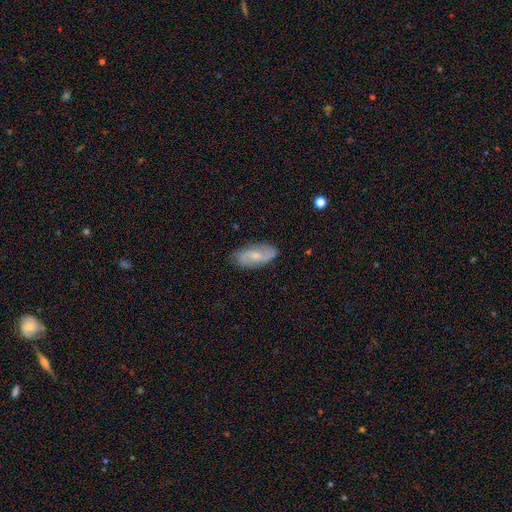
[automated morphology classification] type=featured or disk (65%); edge-on=no (93%); bar=no (49%); spiral arms=yes (91%); winding=medium (43%); arm count=2 (84%); bulge=small (46%); merging=none (82%).